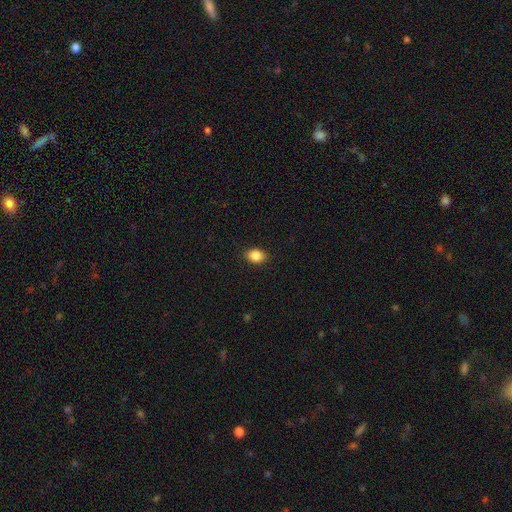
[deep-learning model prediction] Q: Smooth or featured?
A: smooth (86%); runner-up: star or artifact (9%)
Q: How rounded?
A: in between (65%); runner-up: round (34%)
Q: Merging?
A: none (88%); runner-up: minor disturbance (9%)